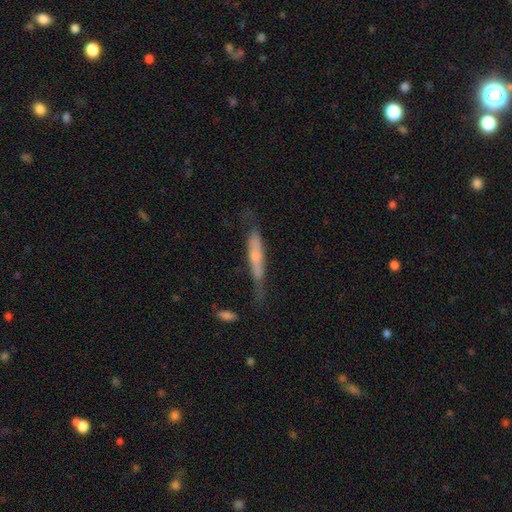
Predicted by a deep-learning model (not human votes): smooth-or-featured: smooth: 48% | featured or disk: 45% | star or artifact: 7%
  merging: none: 52% | minor disturbance: 29% | major disturbance: 15% | merger: 4%